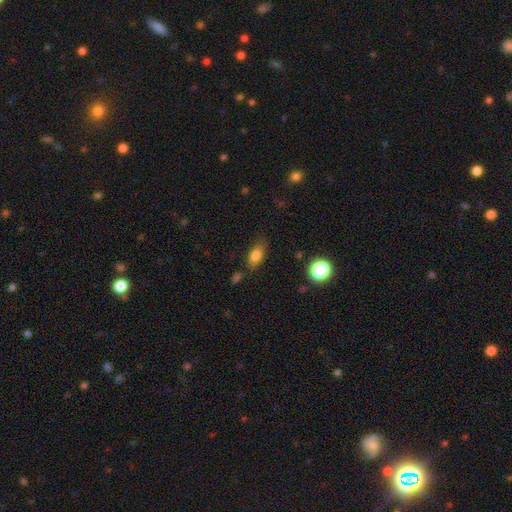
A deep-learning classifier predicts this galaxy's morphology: Q: Smooth or featured?
A: smooth (79%); runner-up: featured or disk (11%)
Q: How rounded?
A: in between (81%); runner-up: cigar-shaped (12%)
Q: Merging?
A: none (74%); runner-up: minor disturbance (18%)